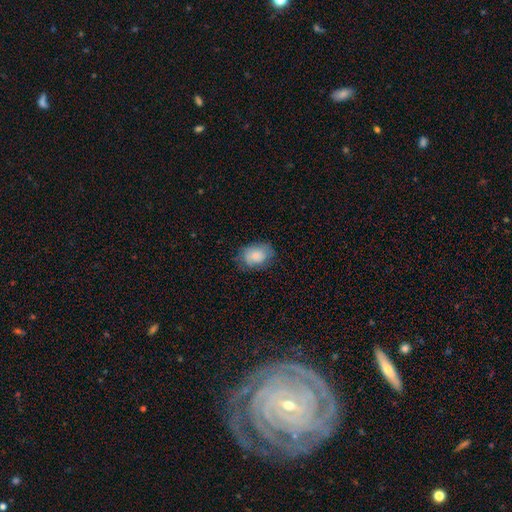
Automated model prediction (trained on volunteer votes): This appears to be a smooth galaxy with no disk features (77%) that is in between round and cigar-shaped (76%). Merging: none (69%).